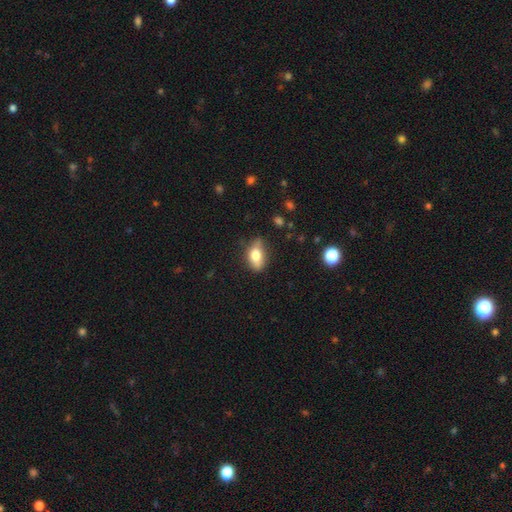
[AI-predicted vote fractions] smooth-or-featured: smooth: 70% | featured or disk: 21% | star or artifact: 9%
  how-rounded: in between: 83% | round: 11% | cigar-shaped: 6%
  merging: none: 64% | minor disturbance: 27% | major disturbance: 7% | merger: 3%